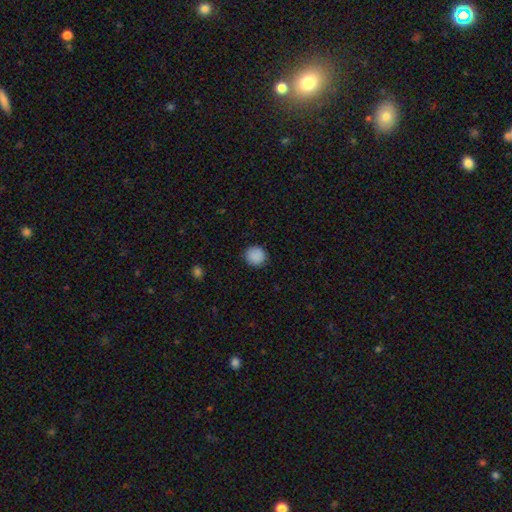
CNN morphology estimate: This appears to be a smooth galaxy with no disk features (89%) that is round (91%). Merging: none (90%).